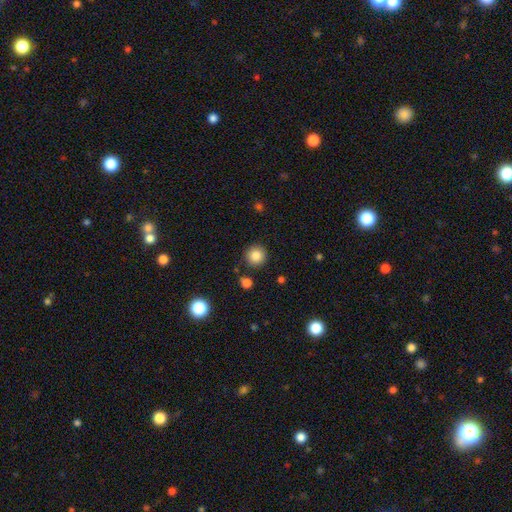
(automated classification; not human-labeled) Smooth or featured? smooth (84%)
How rounded? round (94%)
Merging? none (89%)